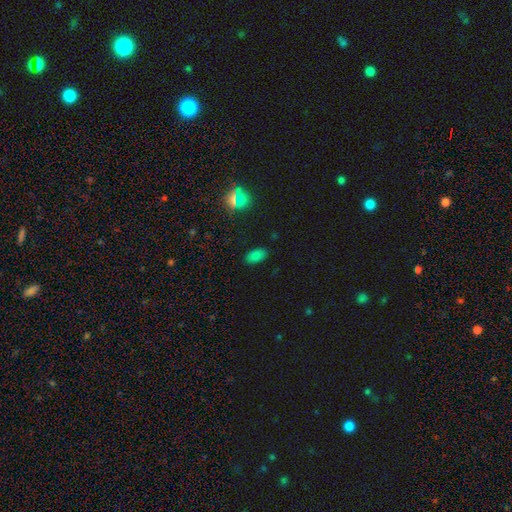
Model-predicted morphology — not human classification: A smooth galaxy with no disk features (77%) that is in between round and cigar-shaped (93%). Merging: none (86%).